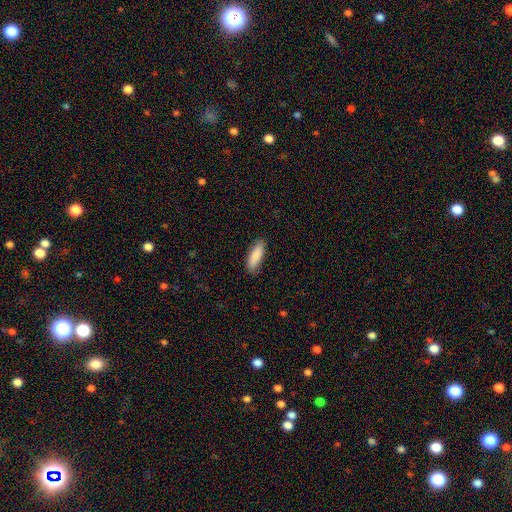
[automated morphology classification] This is clearly a smooth galaxy (88%). How rounded: possibly in between (57%). Merging: clearly none (84%).